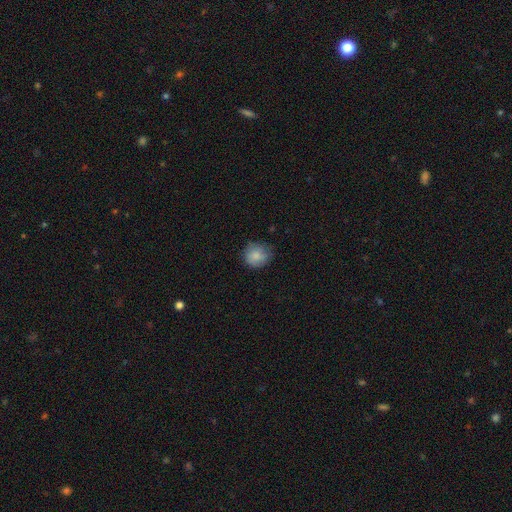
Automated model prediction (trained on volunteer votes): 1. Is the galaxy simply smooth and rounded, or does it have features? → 85% smooth, 8% star or artifact, 8% featured or disk.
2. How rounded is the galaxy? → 84% round, 15% in between, 1% cigar-shaped.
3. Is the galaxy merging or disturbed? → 73% none, 21% minor disturbance, 5% major disturbance, 1% merger.